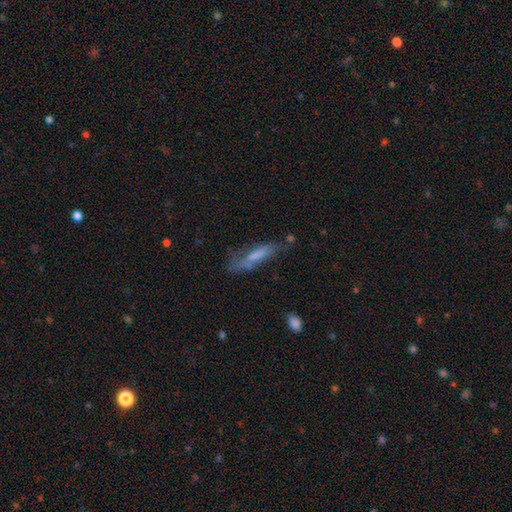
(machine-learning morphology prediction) smooth 55%, featured or disk 36%, star or artifact 9%. Down the decision tree: how rounded — cigar-shaped (73%); merging — none (52%).